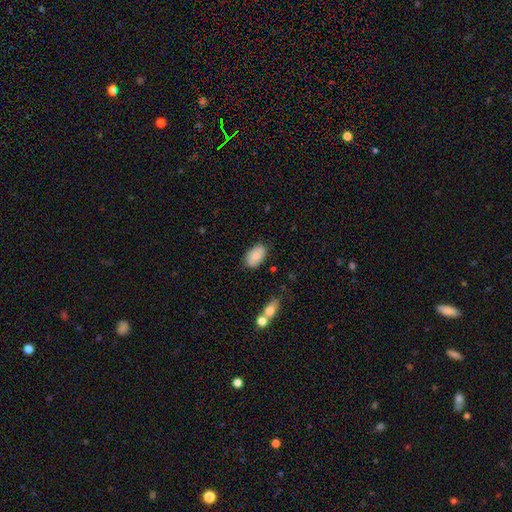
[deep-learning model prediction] This is clearly a smooth galaxy (81%). How rounded: clearly in between (93%). Merging: likely none (80%).